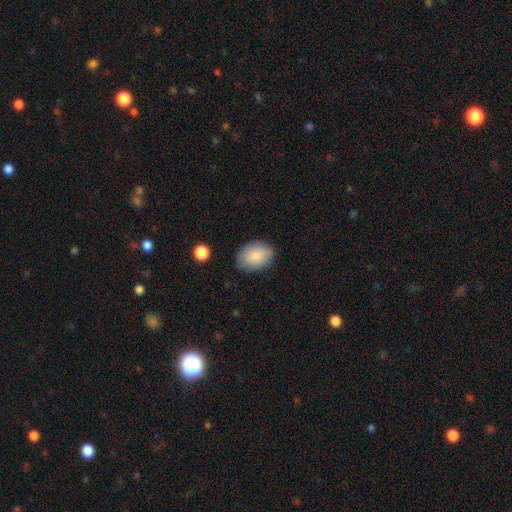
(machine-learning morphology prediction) The model was most divided on "how rounded": in between: 80%, round: 19%, cigar-shaped: 1%. More confident: smooth or featured — smooth (84%); merging — none (78%).